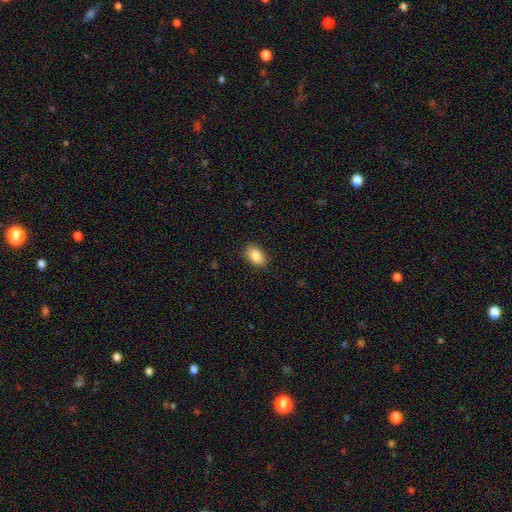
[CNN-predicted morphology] A smooth galaxy with no disk features (86%) that is in between round and cigar-shaped (89%). Merging: none (87%).